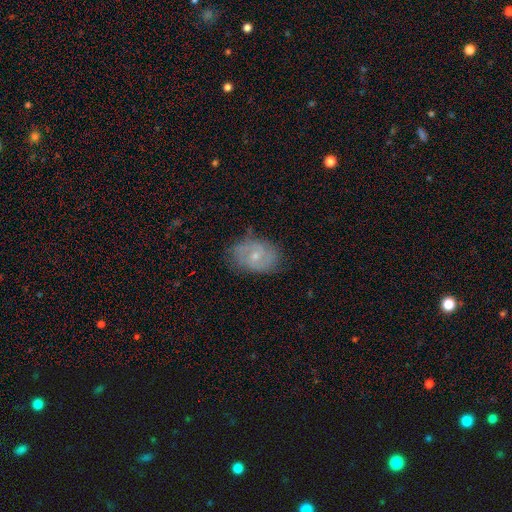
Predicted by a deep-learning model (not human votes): Smooth or featured?
  - featured or disk: 62% *
  - smooth: 31%
  - star or artifact: 7%
Edge-on disk?
  - no: 96% *
  - yes: 4%
Bar?
  - no: 59% *
  - weak: 35%
  - strong: 6%
Spiral arms?
  - yes: 77% *
  - no: 23%
Bulge size?
  - small: 57% *
  - moderate: 39%
  - none: 2%
  - large: 1%
  - dominant: 1%
Merging?
  - none: 76% *
  - minor disturbance: 18%
  - major disturbance: 5%
  - merger: 1%